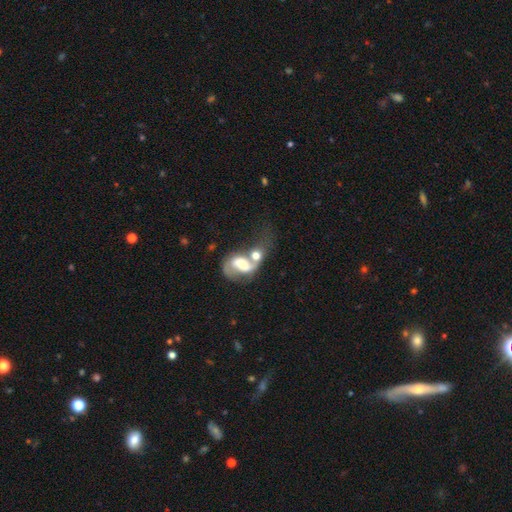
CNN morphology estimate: The model was most divided on "bar": no: 43%, weak: 37%, strong: 19%. Remaining: edge-on disk — no (97%); spiral arms — yes (80%); spiral arm count — 2 (71%); smooth or featured — featured or disk (65%); merging — merger (59%); spiral winding — loose (57%); bulge size — moderate (43%).